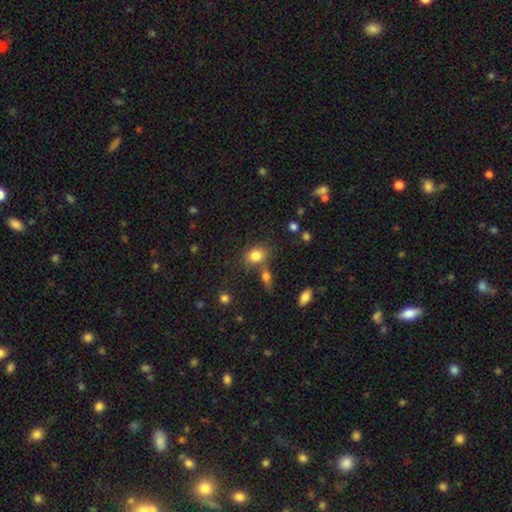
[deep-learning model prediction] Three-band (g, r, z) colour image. It shows a smooth galaxy with no disk features (81%) that is in between round and cigar-shaped (56%). Merging: none (57%).